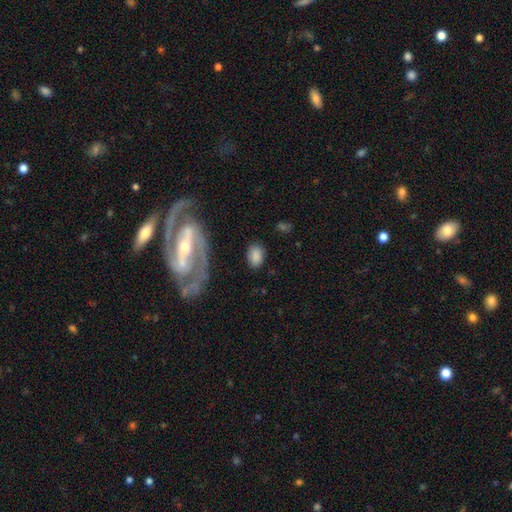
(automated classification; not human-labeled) smooth 80%, featured or disk 13%, star or artifact 7%. Down the decision tree: how rounded — in between (82%); merging — none (77%).